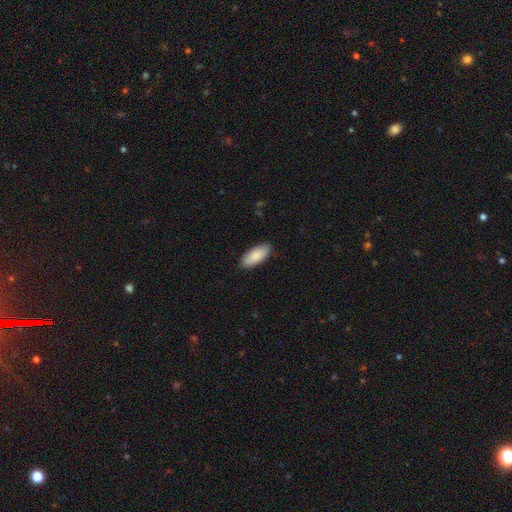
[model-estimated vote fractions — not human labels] A smooth galaxy with no disk features (87%) that is in between round and cigar-shaped (84%). Merging: none (88%).